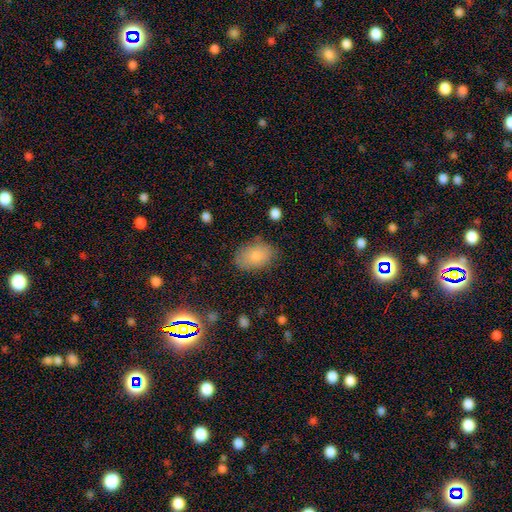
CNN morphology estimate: type=smooth (82%); roundness=in between (89%); merging=none (79%).